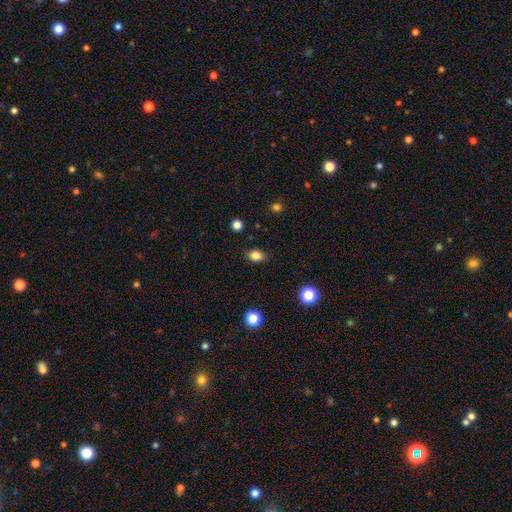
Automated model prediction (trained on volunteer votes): Morphology: type=smooth (83%); roundness=in between (69%); merging=none (84%).